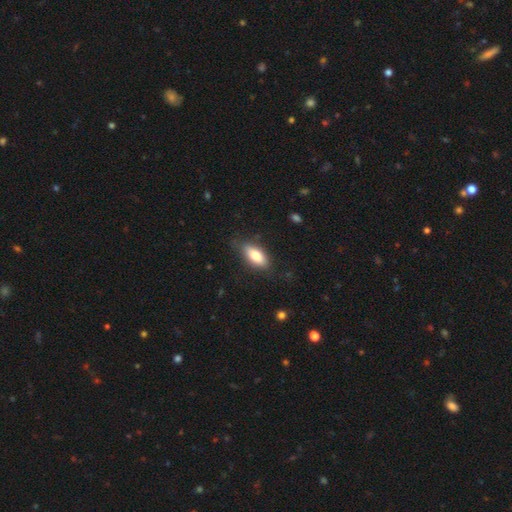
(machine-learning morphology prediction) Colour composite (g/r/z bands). It shows a smooth galaxy with no disk features (77%) that is in between round and cigar-shaped (81%). Merging: none (78%).